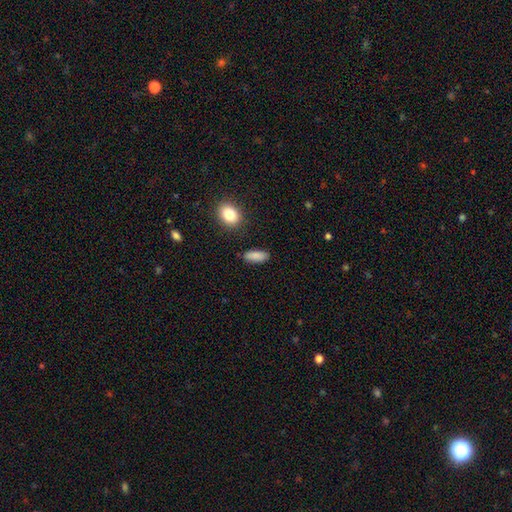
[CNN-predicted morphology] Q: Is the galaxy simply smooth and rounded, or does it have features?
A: smooth — 87%.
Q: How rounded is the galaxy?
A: in between — 79%.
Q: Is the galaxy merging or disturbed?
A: none — 85%.